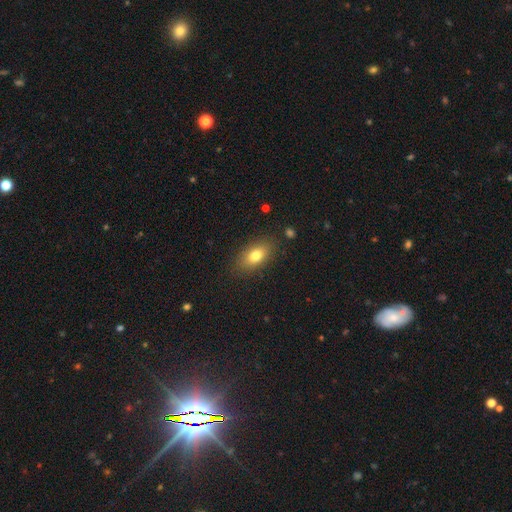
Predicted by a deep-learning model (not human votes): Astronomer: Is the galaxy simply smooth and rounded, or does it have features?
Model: smooth — 79%.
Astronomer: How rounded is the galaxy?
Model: in between — 86%.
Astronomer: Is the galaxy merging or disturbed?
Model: none — 84%.